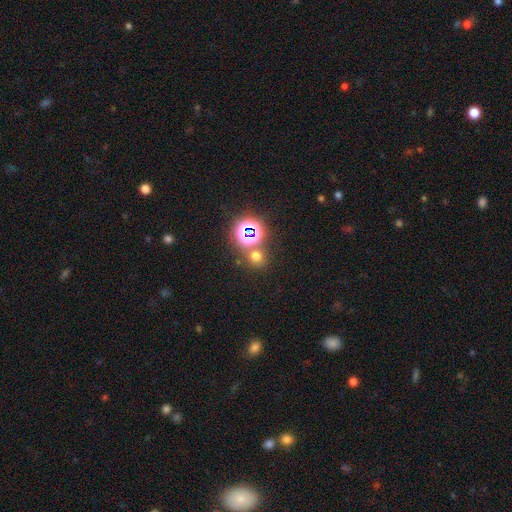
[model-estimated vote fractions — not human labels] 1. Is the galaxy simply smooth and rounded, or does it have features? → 55% smooth, 37% star or artifact, 7% featured or disk.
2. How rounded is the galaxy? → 81% round, 18% in between, 1% cigar-shaped.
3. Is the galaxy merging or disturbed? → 70% none, 17% merger, 8% minor disturbance, 4% major disturbance.